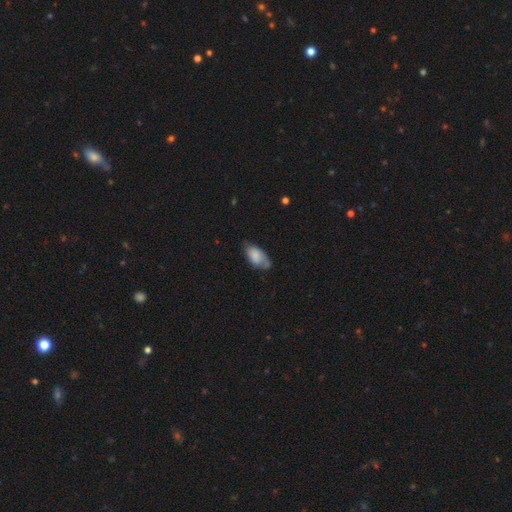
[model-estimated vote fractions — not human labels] A smooth galaxy with no disk features (75%) that is in between round and cigar-shaped (93%).

Vote fractions:
- Smooth or featured? smooth: 75% / featured or disk: 18% / star or artifact: 7%
- How rounded? in between: 93% / cigar-shaped: 4% / round: 3%
- Merging? none: 52% / minor disturbance: 35% / major disturbance: 10% / merger: 3%